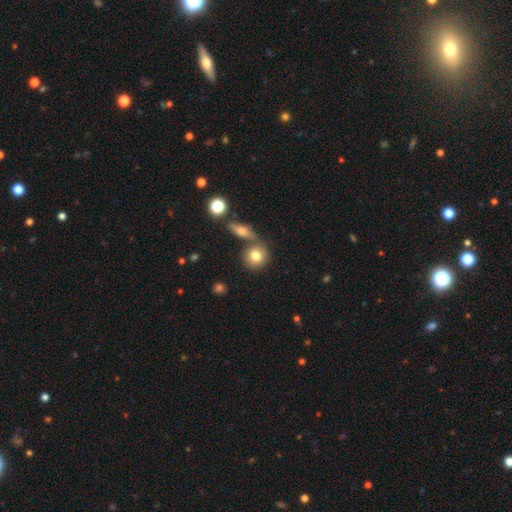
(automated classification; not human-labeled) A smooth galaxy with no disk features (78%) that is round (82%). Merging: none (56%).